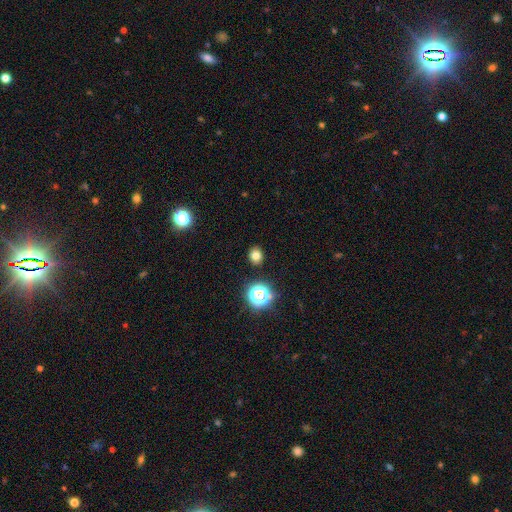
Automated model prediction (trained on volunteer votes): Smooth or featured? smooth (76%)
How rounded? round (69%)
Merging? none (89%)